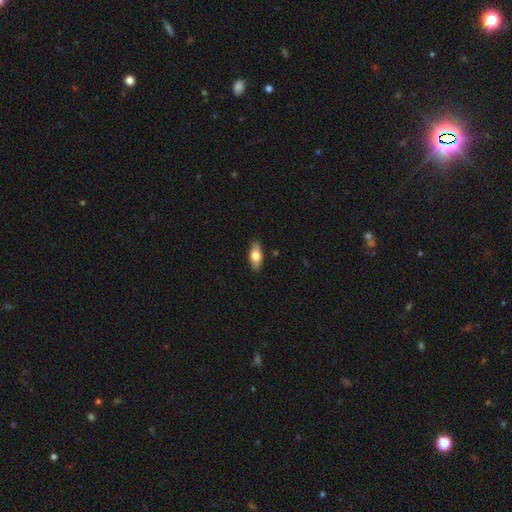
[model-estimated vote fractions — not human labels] This appears to be a smooth galaxy with no disk features (72%) that is in between round and cigar-shaped (84%). Merging: none (88%).